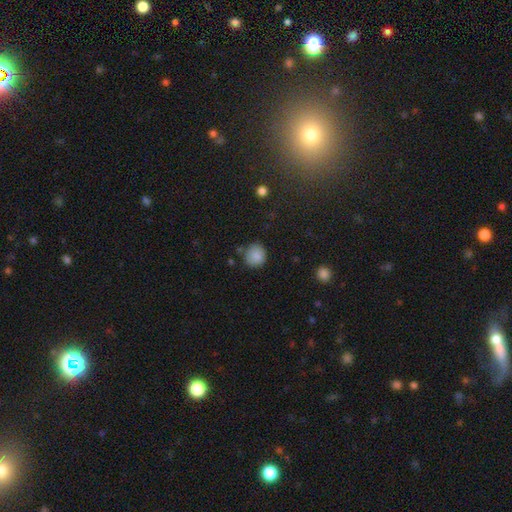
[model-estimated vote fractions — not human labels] Smooth or featured? smooth (86%)
How rounded? round (88%)
Merging? none (77%)